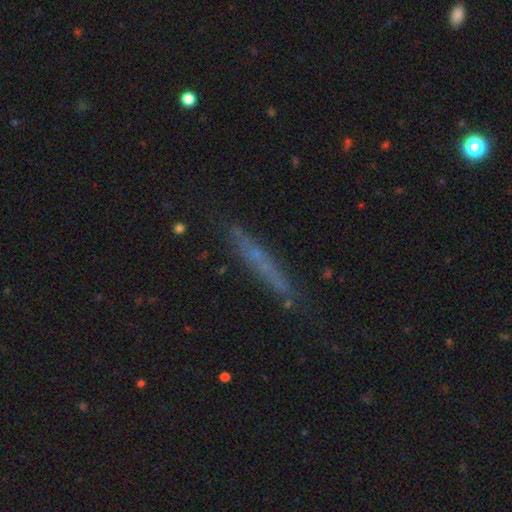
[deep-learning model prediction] Overall: smooth (44%, tied with featured or disk). Merging: none (80%).